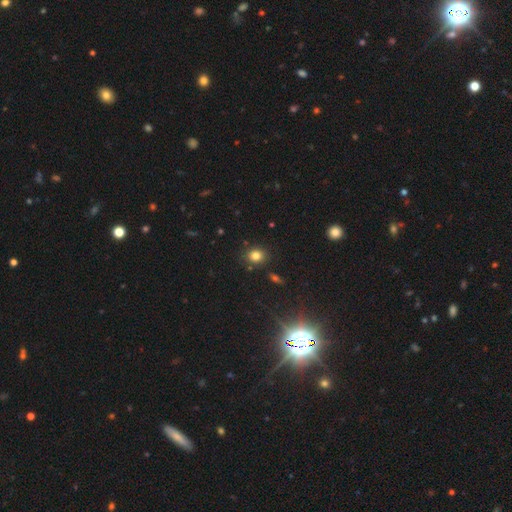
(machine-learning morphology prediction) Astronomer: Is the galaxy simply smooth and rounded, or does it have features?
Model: smooth — 80%.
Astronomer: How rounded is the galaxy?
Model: round — 58% (runner-up: in between, 41%).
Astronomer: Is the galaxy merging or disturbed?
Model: none — 84%.